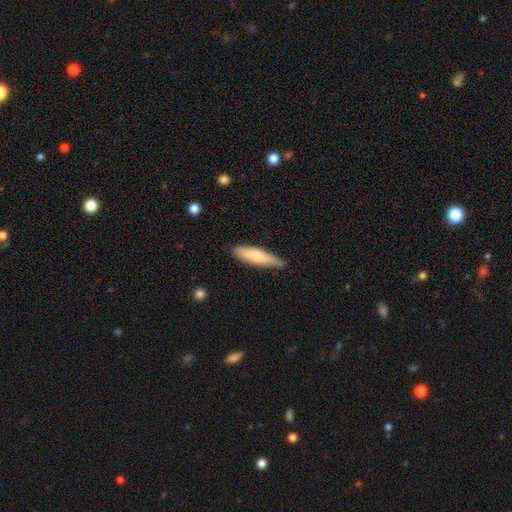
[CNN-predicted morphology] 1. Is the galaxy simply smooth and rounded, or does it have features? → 74% smooth, 21% featured or disk, 5% star or artifact.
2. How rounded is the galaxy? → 74% cigar-shaped, 24% in between, 2% round.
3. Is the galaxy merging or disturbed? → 79% none, 17% minor disturbance, 3% major disturbance, 1% merger.